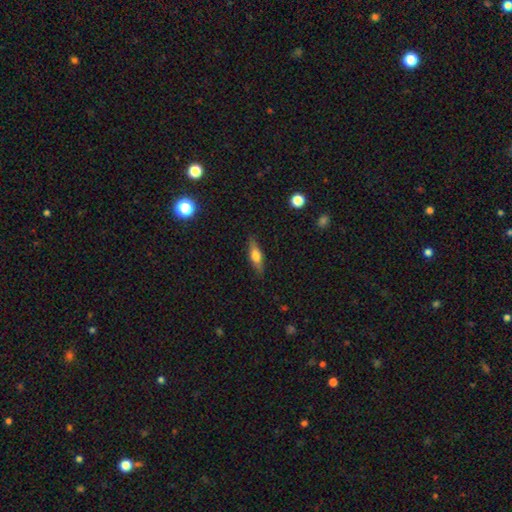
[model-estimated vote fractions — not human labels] Morphology: type=smooth (51%); roundness=cigar-shaped (55%); merging=none (85%).